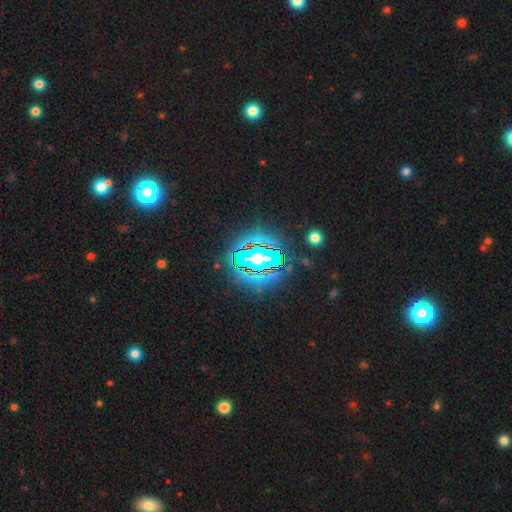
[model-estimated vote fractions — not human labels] star or artifact 65%, featured or disk 17%, smooth 17%.